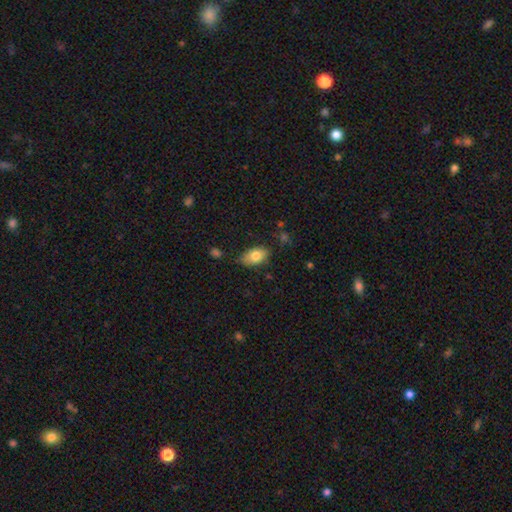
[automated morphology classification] This appears to be a smooth galaxy with no disk features (78%) that is in between round and cigar-shaped (90%). Merging: none (68%).